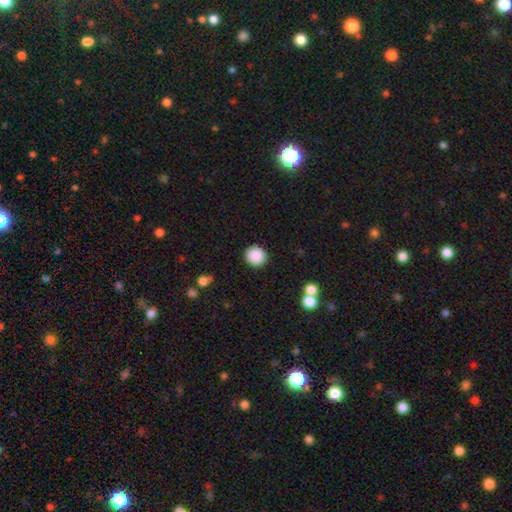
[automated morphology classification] This is clearly a smooth galaxy (88%). How rounded: clearly round (93%). Merging: clearly none (91%).